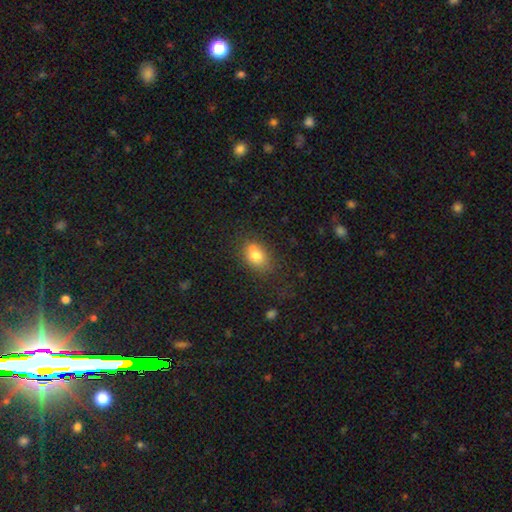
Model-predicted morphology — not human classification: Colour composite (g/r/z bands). It shows a smooth galaxy with no disk features (77%) that is in between round and cigar-shaped (68%). Merging: none (62%).